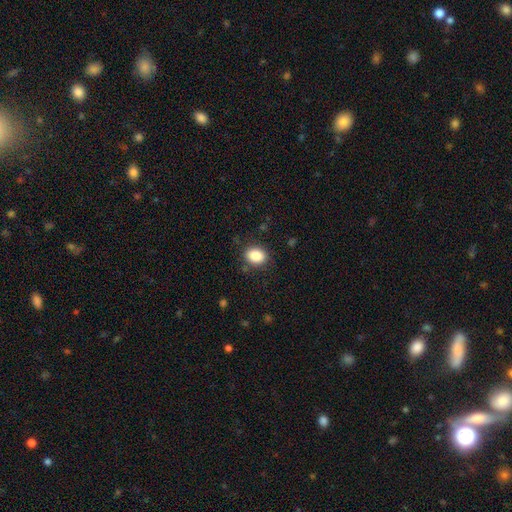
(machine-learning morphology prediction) smooth 87%, star or artifact 9%, featured or disk 4%. Down the decision tree: how rounded — in between (66%); merging — none (86%).